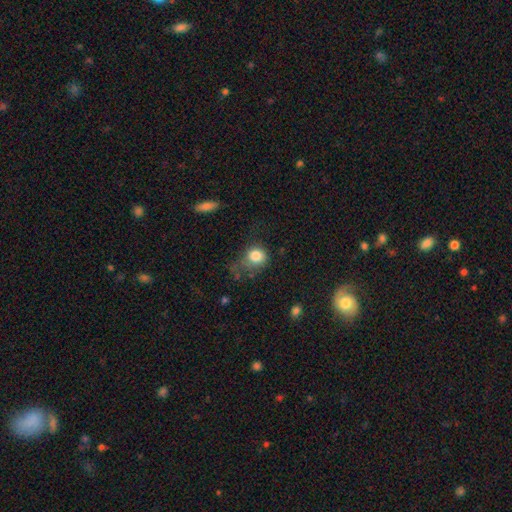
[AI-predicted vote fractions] Smooth or featured: smooth — 81% (star or artifact — 10%)
How rounded: round — 74% (in between — 25%)
Merging: none — 39% (minor disturbance — 29%)